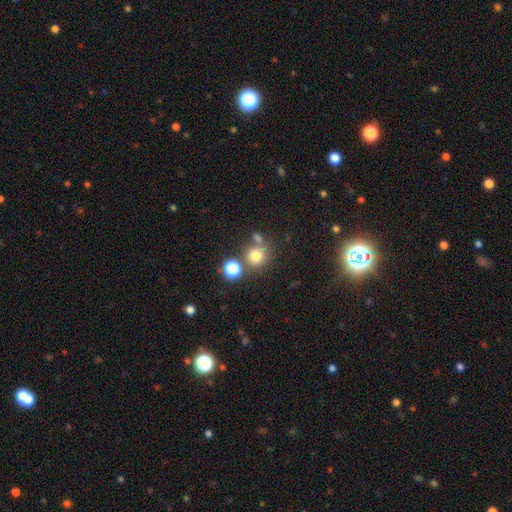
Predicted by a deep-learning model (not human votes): Overall: smooth (75%). How rounded: round (87%). Merging: none (66%).